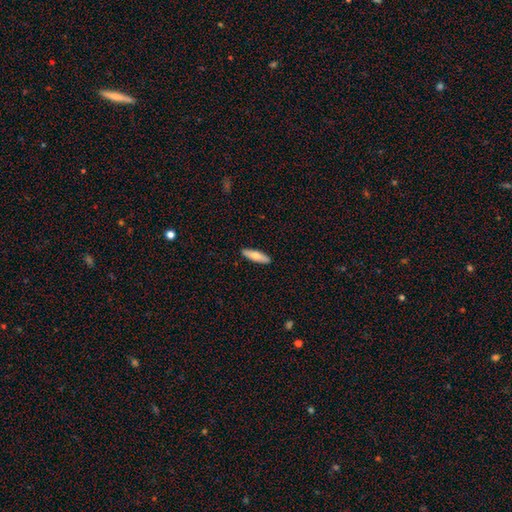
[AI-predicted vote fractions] smooth_or_featured: smooth (p=0.71) [alt: featured or disk p=0.24]
how_rounded: cigar-shaped (p=0.62) [alt: in between p=0.36]
merging: none (p=0.90) [alt: minor disturbance p=0.07]